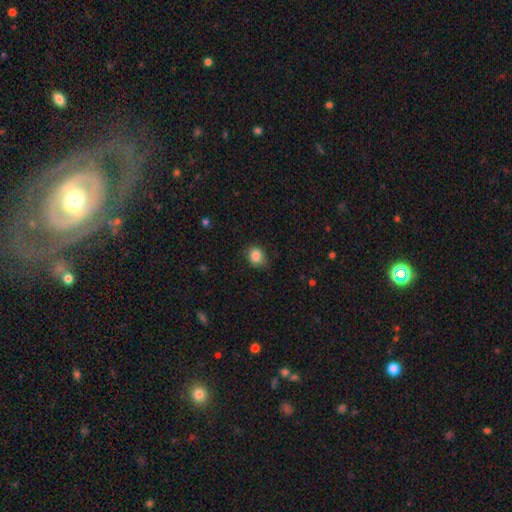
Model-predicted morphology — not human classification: Smooth or featured?
  - smooth: 85% *
  - star or artifact: 9%
  - featured or disk: 5%
How rounded?
  - round: 60% *
  - in between: 40%
  - cigar-shaped: 1%
Merging?
  - none: 72% *
  - minor disturbance: 23%
  - major disturbance: 5%
  - merger: 1%